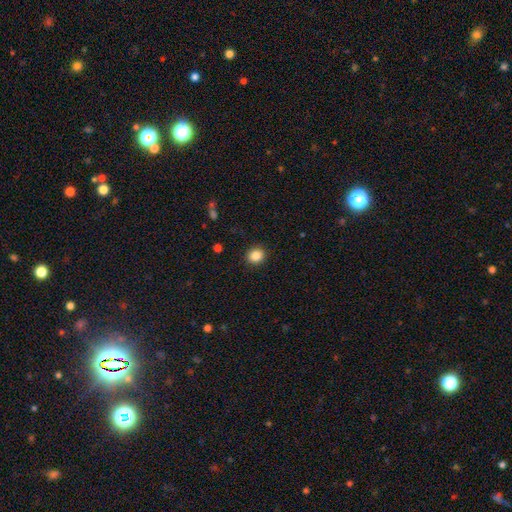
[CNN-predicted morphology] type=smooth (86%); roundness=round (77%); merging=none (91%).